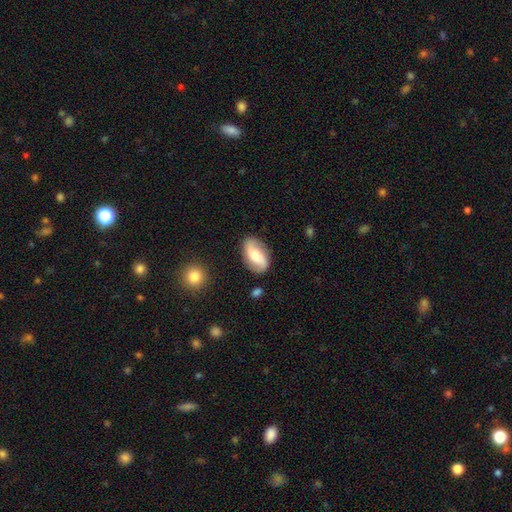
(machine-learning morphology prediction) smooth-or-featured: featured or disk: 52% | smooth: 41% | star or artifact: 7%
  disk-edge-on: no: 95% | yes: 5%
  merging: none: 80% | minor disturbance: 14% | major disturbance: 4% | merger: 2%